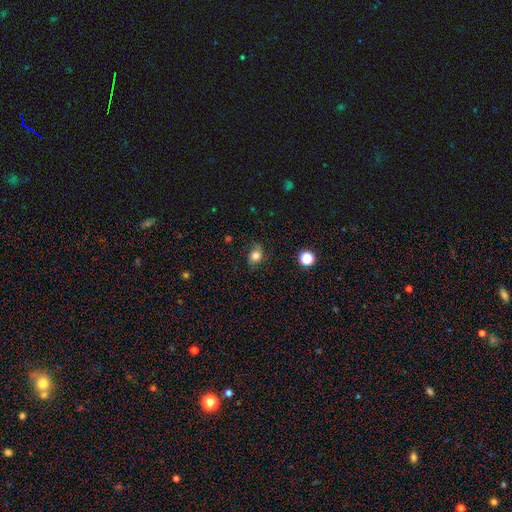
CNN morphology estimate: Smooth or featured?
  - smooth: 79% *
  - star or artifact: 13%
  - featured or disk: 9%
How rounded?
  - round: 51% *
  - in between: 48%
  - cigar-shaped: 1%
Merging?
  - none: 76% *
  - minor disturbance: 18%
  - major disturbance: 5%
  - merger: 1%